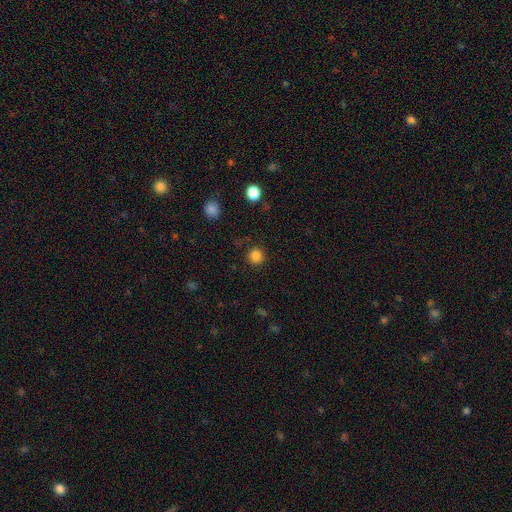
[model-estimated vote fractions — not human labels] smooth 84%, star or artifact 13%, featured or disk 3%. Down the decision tree: how rounded — round (94%); merging — none (89%).